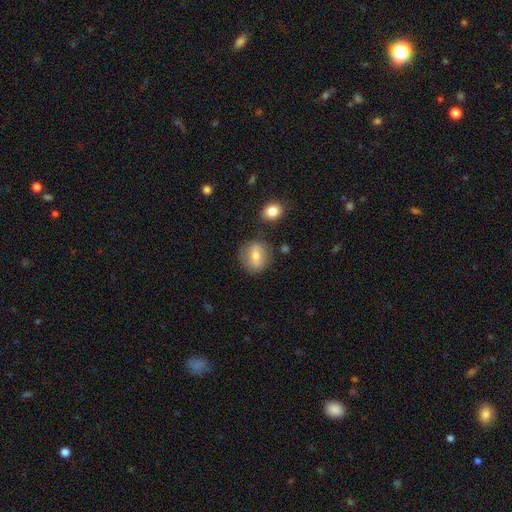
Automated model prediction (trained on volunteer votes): Overall: smooth (65%; featured or disk 27%). How rounded: round (69%). Merging: none (75%).